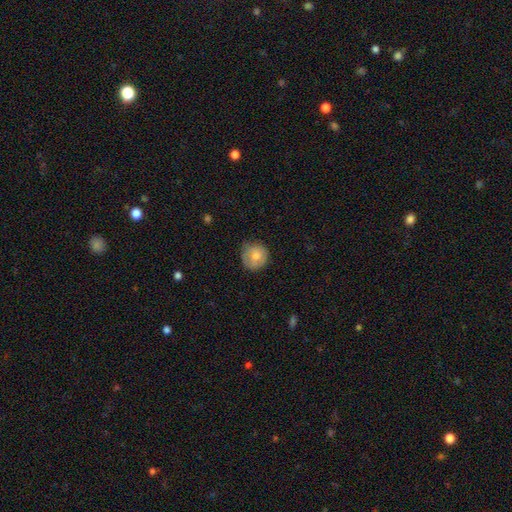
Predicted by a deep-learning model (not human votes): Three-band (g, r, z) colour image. It shows a smooth galaxy with no disk features (75%) that is round (90%). Merging: none (69%).